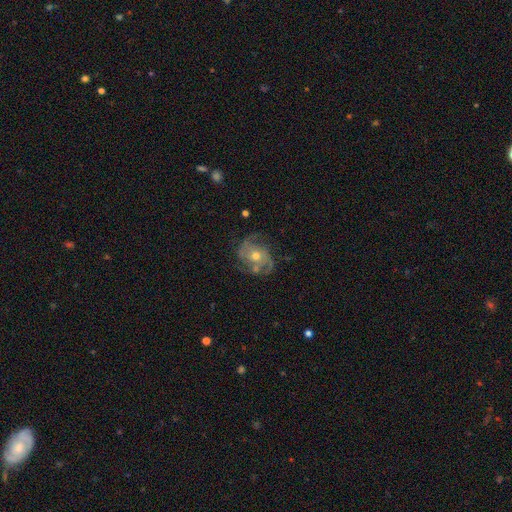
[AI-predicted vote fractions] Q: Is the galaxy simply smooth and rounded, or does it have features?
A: featured or disk — 79%.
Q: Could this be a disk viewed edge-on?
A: no — 97%.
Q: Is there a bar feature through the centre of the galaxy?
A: no — 75%.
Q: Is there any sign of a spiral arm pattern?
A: yes — 89%.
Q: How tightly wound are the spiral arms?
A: medium — 46%.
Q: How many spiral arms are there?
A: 2 — 47%.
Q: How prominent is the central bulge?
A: moderate — 63%.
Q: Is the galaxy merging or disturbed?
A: none — 63%.